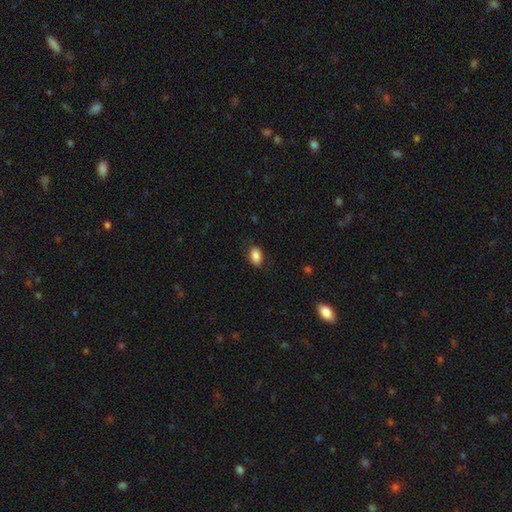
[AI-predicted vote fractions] This appears to be a smooth galaxy with no disk features (87%) that is in between round and cigar-shaped (88%). Merging: none (81%).